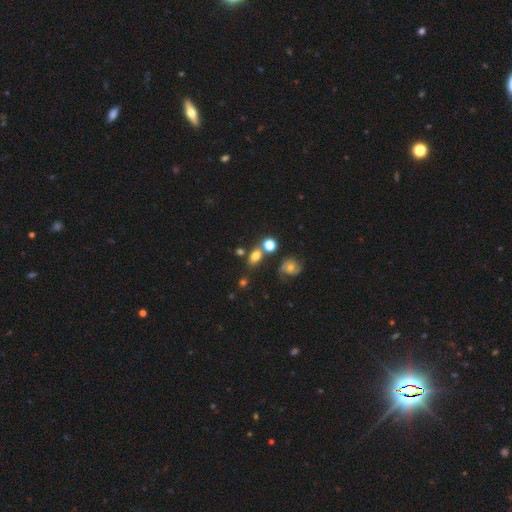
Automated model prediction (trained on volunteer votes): A smooth galaxy with no disk features (71%) that is in between round and cigar-shaped (71%).

Vote fractions:
- Smooth or featured? smooth: 71% / featured or disk: 15% / star or artifact: 14%
- How rounded? in between: 71% / round: 25% / cigar-shaped: 4%
- Merging? none: 61% / merger: 19% / minor disturbance: 15% / major disturbance: 6%